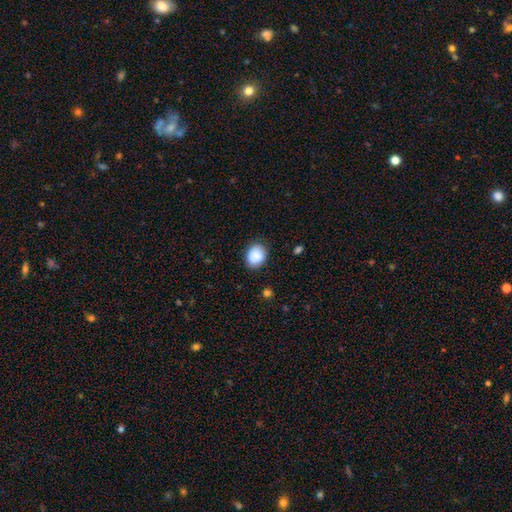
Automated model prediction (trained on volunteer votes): Morphology: type=smooth (86%); roundness=round (51%); merging=none (80%).